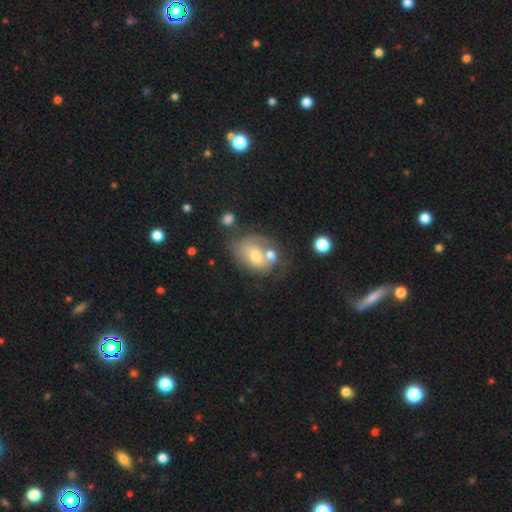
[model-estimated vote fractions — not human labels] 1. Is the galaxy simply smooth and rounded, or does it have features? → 48% featured or disk, 44% smooth, 9% star or artifact.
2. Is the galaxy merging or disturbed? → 35% merger, 31% none, 19% minor disturbance, 14% major disturbance.